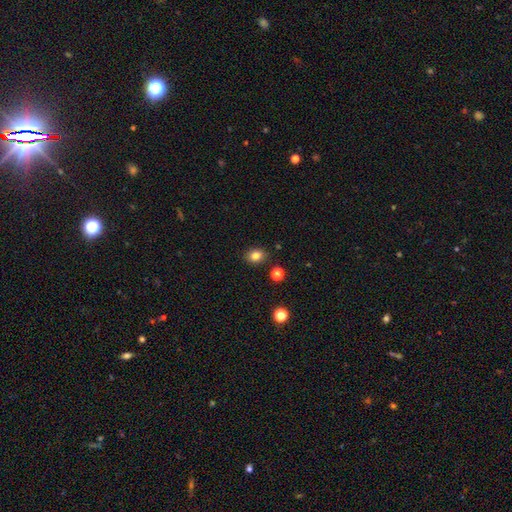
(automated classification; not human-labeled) Smooth or featured? smooth (82%)
How rounded? in between (54%)
Merging? none (87%)